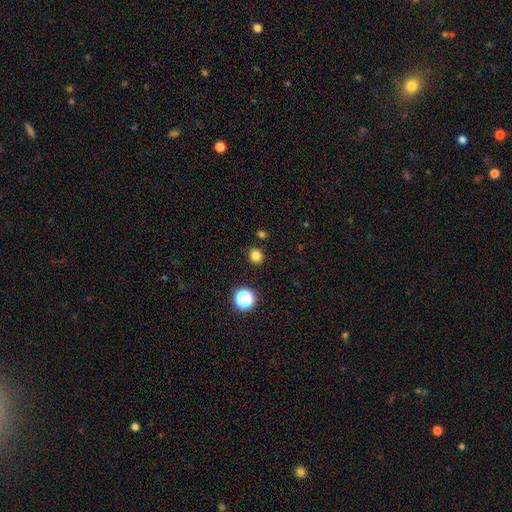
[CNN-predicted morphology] The model was most divided on "how rounded": round: 80%, in between: 19%, cigar-shaped: 1%. More confident: merging — none (88%); smooth or featured — smooth (80%).